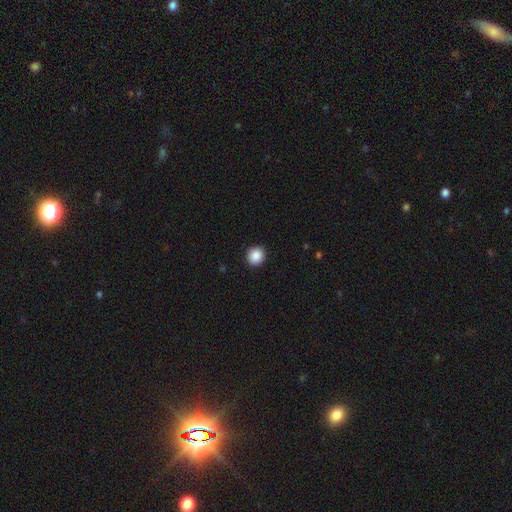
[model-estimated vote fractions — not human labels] Smooth or featured: smooth — 89% (star or artifact — 8%)
How rounded: round — 86% (in between — 13%)
Merging: none — 91% (minor disturbance — 6%)